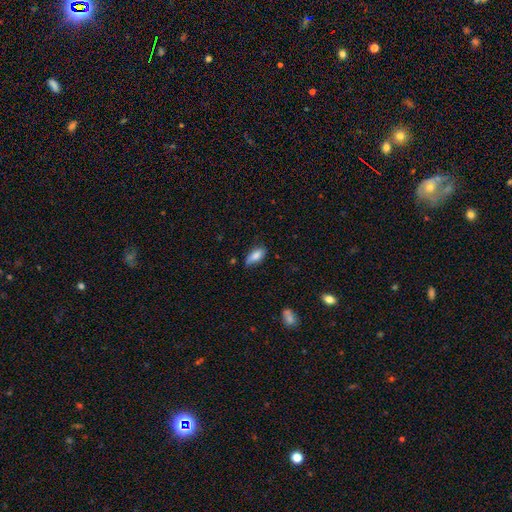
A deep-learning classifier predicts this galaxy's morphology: smooth-or-featured: smooth: 80% | featured or disk: 13% | star or artifact: 7%
  how-rounded: in between: 83% | cigar-shaped: 15% | round: 3%
  merging: none: 63% | minor disturbance: 29% | major disturbance: 5% | merger: 2%